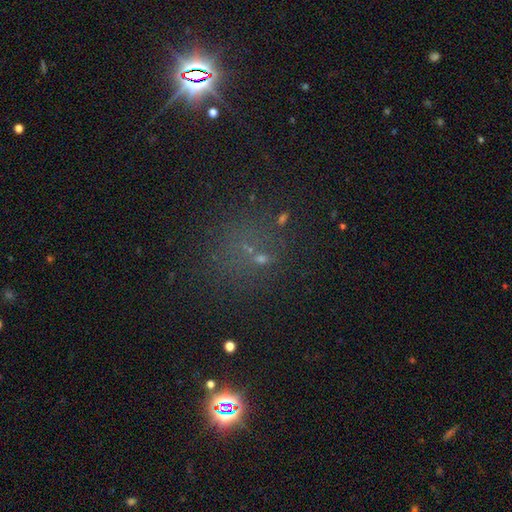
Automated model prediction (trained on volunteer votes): smooth-or-featured: star or artifact: 54% | smooth: 30% | featured or disk: 16%